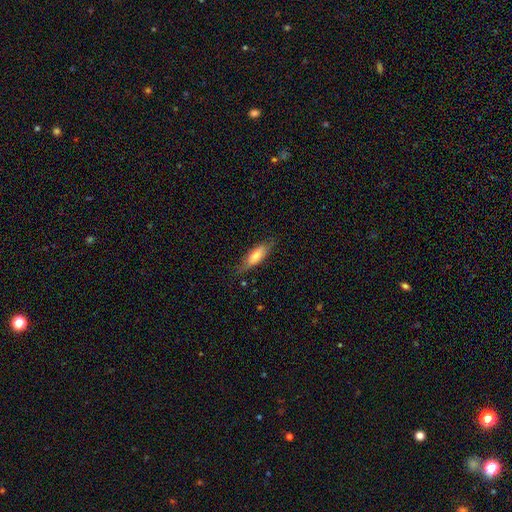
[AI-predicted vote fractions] smooth 64%, featured or disk 29%, star or artifact 6%. Down the decision tree: how rounded — in between (58%); merging — none (71%).